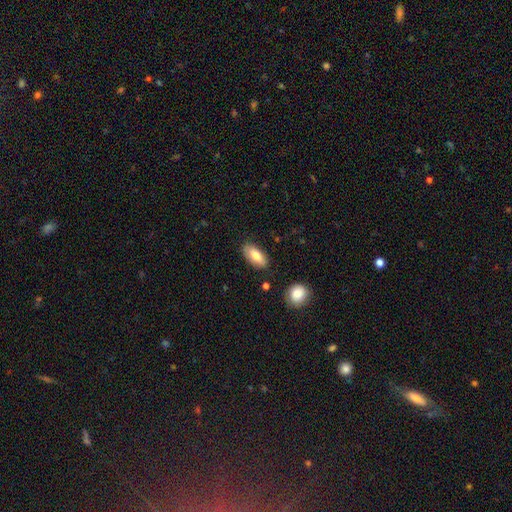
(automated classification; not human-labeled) A smooth galaxy with no disk features (78%) that is in between round and cigar-shaped (89%). Merging: none (84%).